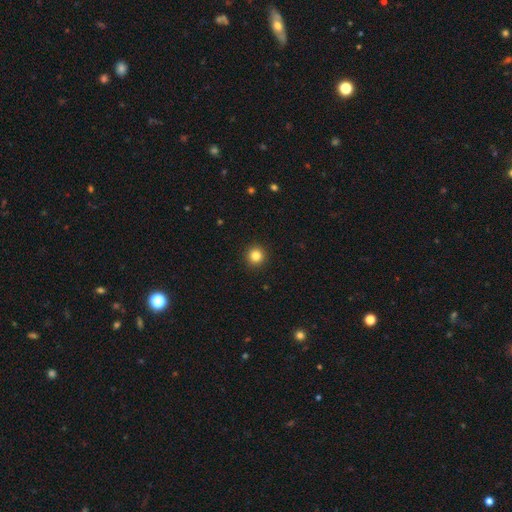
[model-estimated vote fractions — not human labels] Morphology: type=smooth (84%); roundness=round (94%); merging=none (93%).